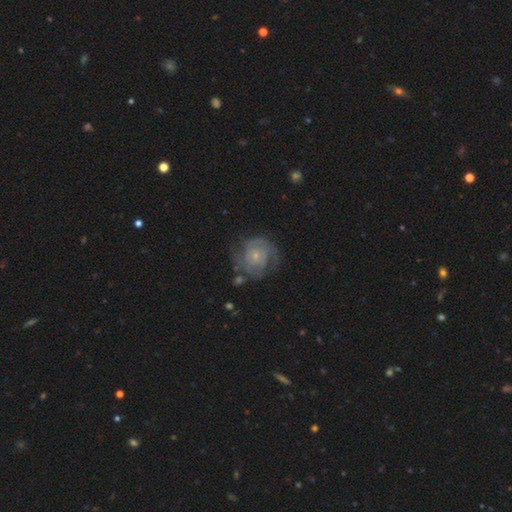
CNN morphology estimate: Q: Smooth or featured?
A: featured or disk (69%); runner-up: smooth (23%)
Q: Edge-on disk?
A: no (98%); runner-up: yes (2%)
Q: Bar?
A: no (78%); runner-up: weak (19%)
Q: Spiral arms?
A: yes (82%); runner-up: no (18%)
Q: Spiral winding?
A: tight (56%); runner-up: medium (32%)
Q: Spiral arm count?
A: can't tell (41%); runner-up: 2 (29%)
Q: Bulge size?
A: small (74%); runner-up: moderate (18%)
Q: Merging?
A: none (60%); runner-up: minor disturbance (22%)